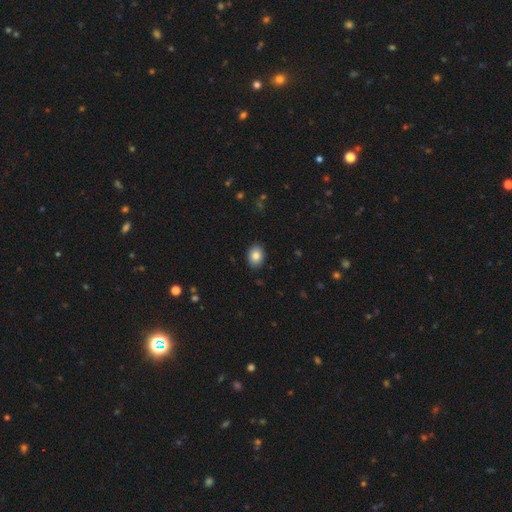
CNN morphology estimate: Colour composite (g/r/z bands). It shows a smooth galaxy with no disk features (85%) that is in between round and cigar-shaped (66%). Merging: none (90%).